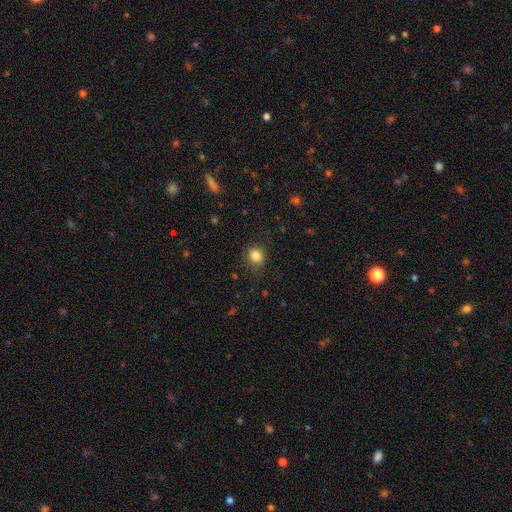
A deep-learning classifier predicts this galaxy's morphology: Smooth or featured? Predicted: smooth (p=0.84). How rounded? Predicted: round (p=0.72). Merging? Predicted: none (p=0.79).